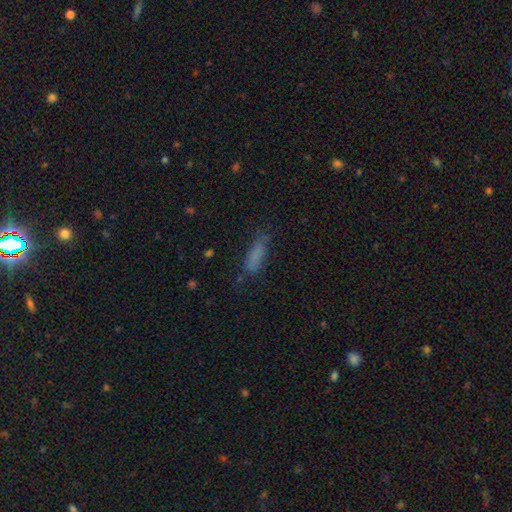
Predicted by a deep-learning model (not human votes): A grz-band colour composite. It shows a smooth galaxy with no disk features (77%) that is cigar-shaped (59%). Merging: none (68%).